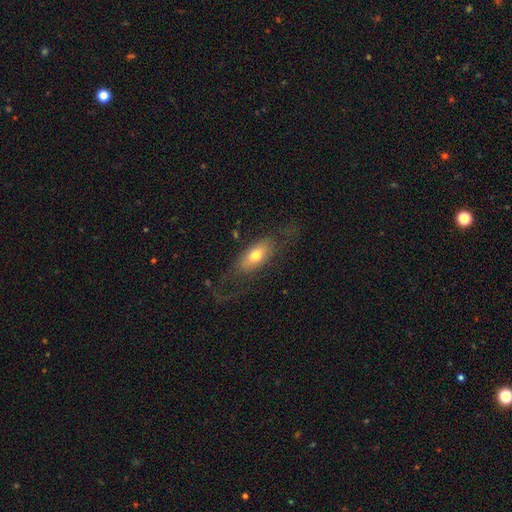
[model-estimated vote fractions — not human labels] Smooth or featured? Predicted: smooth (p=0.59). How rounded? Predicted: in between (p=0.81). Merging? Predicted: none (p=0.56).